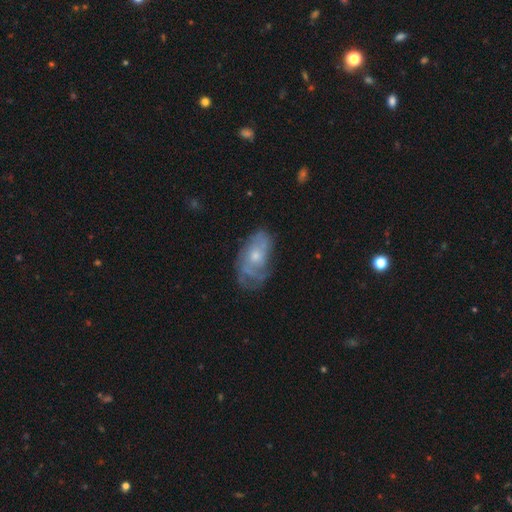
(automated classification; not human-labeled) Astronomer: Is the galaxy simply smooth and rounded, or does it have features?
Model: featured or disk — 68%.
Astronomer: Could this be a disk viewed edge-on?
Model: no — 95%.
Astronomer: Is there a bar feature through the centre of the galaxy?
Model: no — 79%.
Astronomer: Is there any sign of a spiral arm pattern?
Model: yes — 80%.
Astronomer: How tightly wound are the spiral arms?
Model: tight — 43% (runner-up: medium, 38%).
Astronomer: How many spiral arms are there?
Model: can't tell — 45% (runner-up: 2, 23%).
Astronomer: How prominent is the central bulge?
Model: small — 49% (runner-up: moderate, 45%).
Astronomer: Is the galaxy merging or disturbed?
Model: none — 58%.